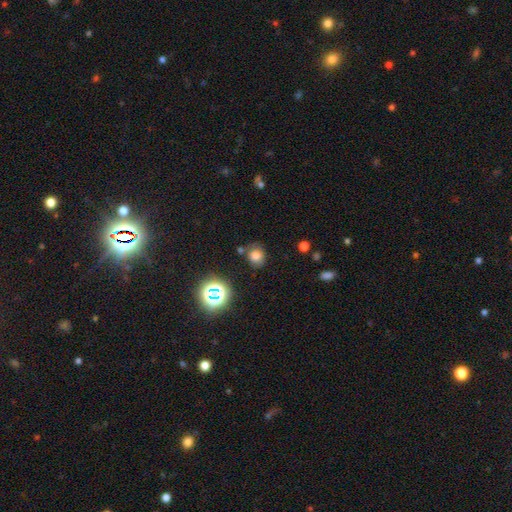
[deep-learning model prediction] Q: Smooth or featured?
A: smooth (72%); runner-up: star or artifact (19%)
Q: How rounded?
A: round (77%); runner-up: in between (22%)
Q: Merging?
A: none (75%); runner-up: minor disturbance (14%)